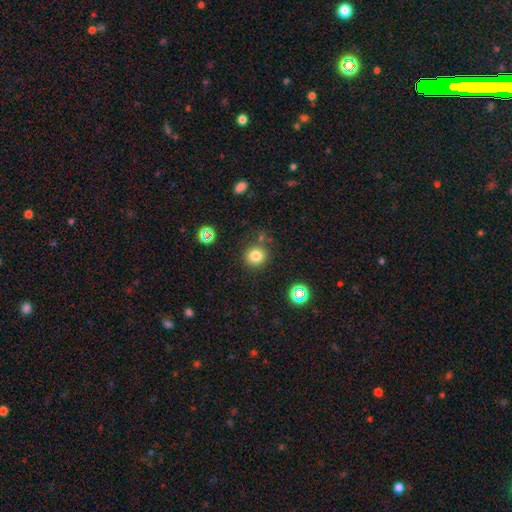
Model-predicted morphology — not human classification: The model was most divided on "smooth or featured": smooth: 79%, star or artifact: 15%, featured or disk: 7%. More confident: how rounded — round (90%); merging — none (81%).